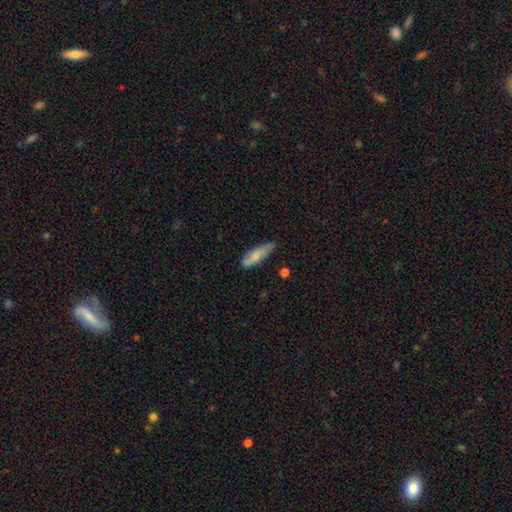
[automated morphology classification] Smooth or featured: smooth — 71% (featured or disk — 23%)
How rounded: cigar-shaped — 54% (in between — 44%)
Merging: none — 66% (minor disturbance — 27%)